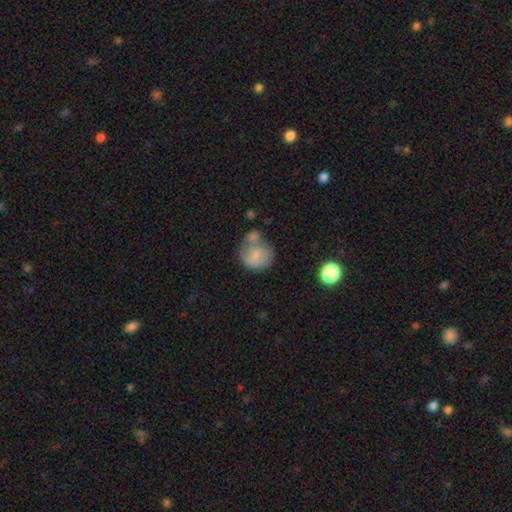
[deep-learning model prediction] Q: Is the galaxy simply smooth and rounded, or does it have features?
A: smooth — 70%.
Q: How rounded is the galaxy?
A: round — 80%.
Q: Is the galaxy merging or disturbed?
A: merger — 40%.